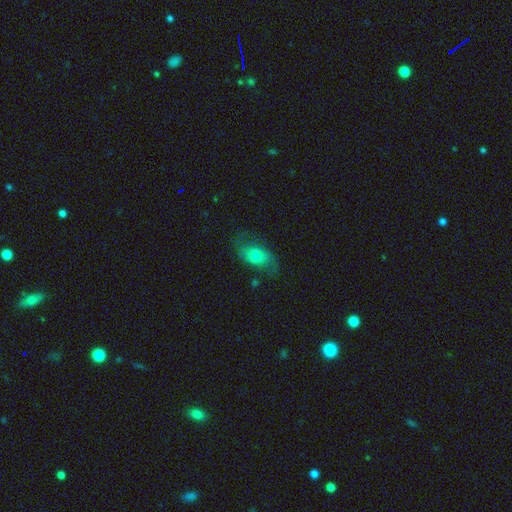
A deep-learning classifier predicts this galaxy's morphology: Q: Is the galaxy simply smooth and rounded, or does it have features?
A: smooth — 60%.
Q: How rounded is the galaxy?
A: in between — 84%.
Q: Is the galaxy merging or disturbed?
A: none — 64%.